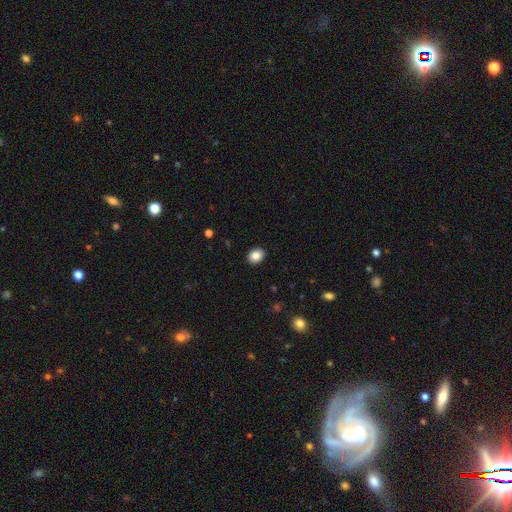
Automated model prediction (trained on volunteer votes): This appears to be a smooth galaxy with no disk features (85%) that is in between round and cigar-shaped (53%). Merging: none (91%).